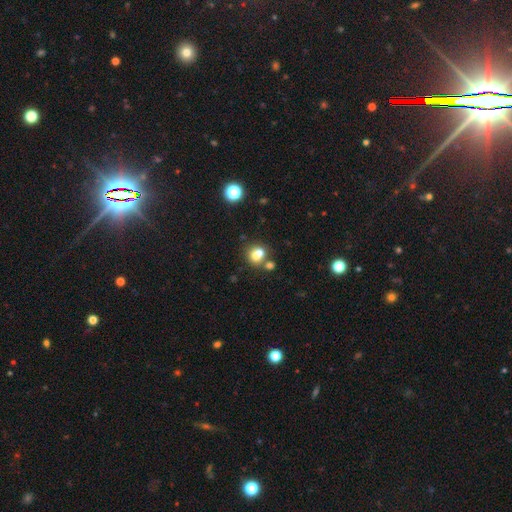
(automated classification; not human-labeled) smooth-or-featured: smooth: 75% | star or artifact: 13% | featured or disk: 12%
  how-rounded: round: 62% | in between: 37% | cigar-shaped: 1%
  merging: none: 45% | merger: 40% | minor disturbance: 11% | major disturbance: 5%